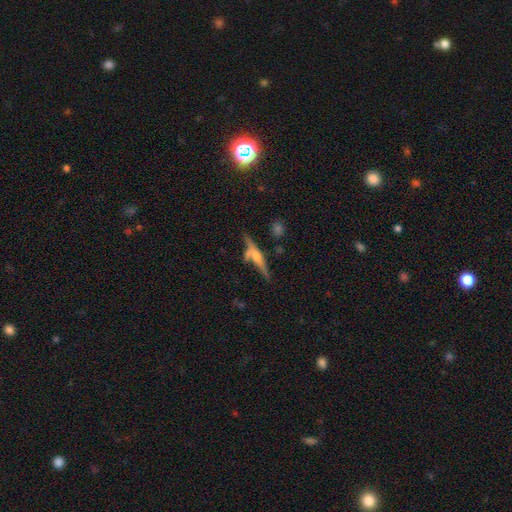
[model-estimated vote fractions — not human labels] Smooth or featured: featured or disk — 64% (smooth — 28%)
Edge-on disk: yes — 91% (no — 9%)
Edge-on bulge: rounded — 80% (none — 11%)
Merging: none — 59% (merger — 17%)